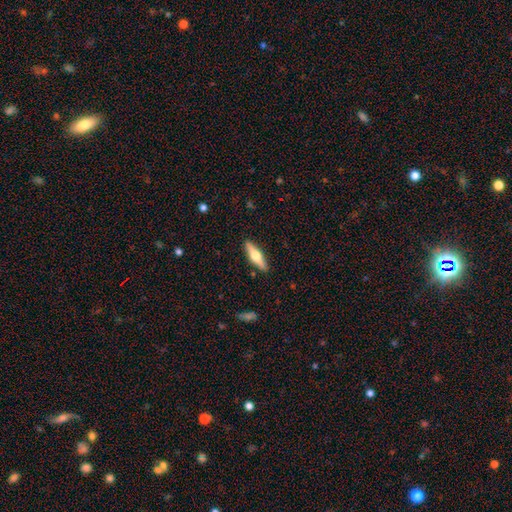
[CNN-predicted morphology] Overall: featured or disk (55%; smooth 40%). Edge-on disk: yes (94%). Edge-on bulge: rounded (95%). Merging: none (89%).